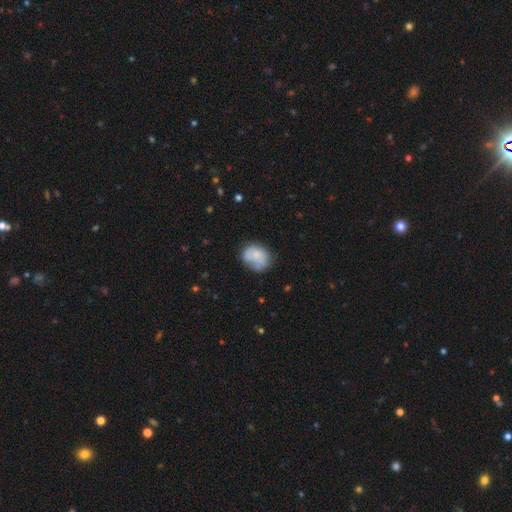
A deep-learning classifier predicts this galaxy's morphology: A smooth galaxy with no disk features (68%) that is round (53%).

Vote fractions:
- Smooth or featured? smooth: 68% / featured or disk: 24% / star or artifact: 8%
- How rounded? round: 53% / in between: 46% / cigar-shaped: 1%
- Merging? none: 49% / minor disturbance: 29% / major disturbance: 12% / merger: 10%